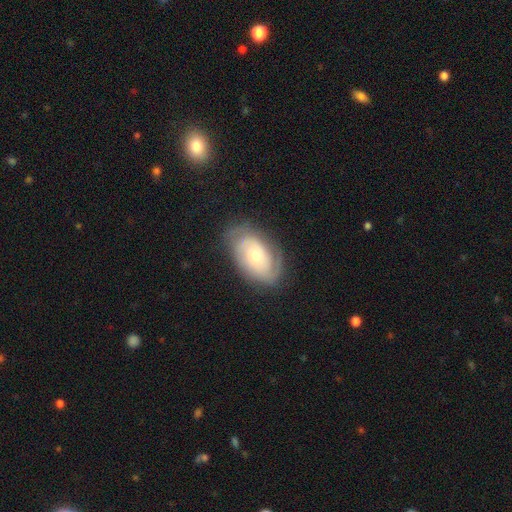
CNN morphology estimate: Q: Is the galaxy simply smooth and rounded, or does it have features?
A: featured or disk — 68%.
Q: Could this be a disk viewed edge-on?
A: no — 95%.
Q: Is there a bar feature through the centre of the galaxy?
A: no — 75%.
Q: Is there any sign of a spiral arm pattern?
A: yes — 88%.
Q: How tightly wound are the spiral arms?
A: tight — 59%.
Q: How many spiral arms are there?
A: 2 — 46%.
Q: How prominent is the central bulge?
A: moderate — 51%.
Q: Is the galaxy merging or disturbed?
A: none — 73%.